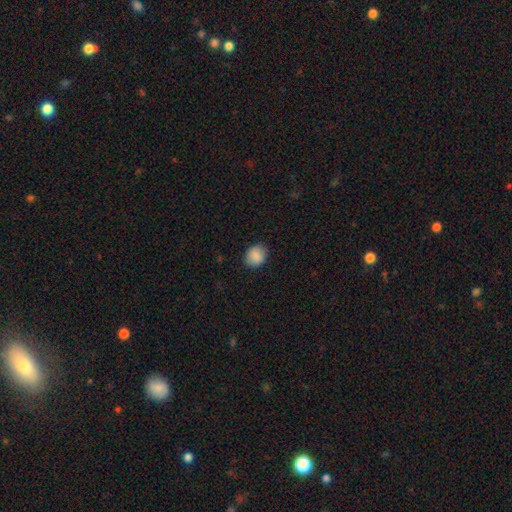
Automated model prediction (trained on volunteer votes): Smooth or featured?
  - smooth: 87% *
  - star or artifact: 8%
  - featured or disk: 5%
How rounded?
  - round: 61% *
  - in between: 38%
  - cigar-shaped: 1%
Merging?
  - none: 87% *
  - minor disturbance: 10%
  - major disturbance: 2%
  - merger: 1%